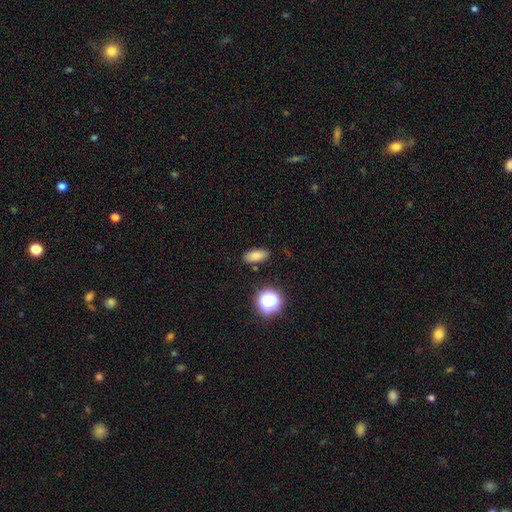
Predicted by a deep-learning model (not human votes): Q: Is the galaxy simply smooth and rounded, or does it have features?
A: smooth — 80%.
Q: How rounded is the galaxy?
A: in between — 83%.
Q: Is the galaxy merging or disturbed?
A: none — 86%.